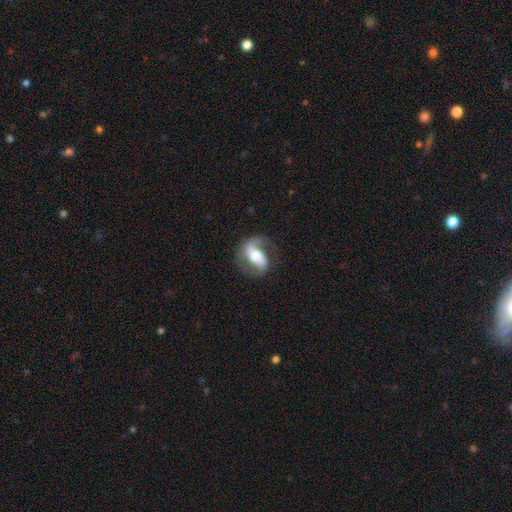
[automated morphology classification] Overall: featured or disk (78%). Edge-on disk: no (93%). Bar: strong (48%; weak 29%). Spiral arms: yes (87%). Spiral arm count: 2 (82%). Spiral winding: medium (42%; loose 41%). Bulge size: moderate (68%). Merging: none (73%).